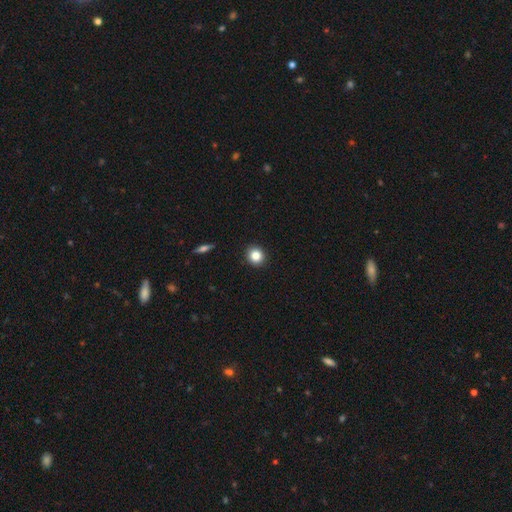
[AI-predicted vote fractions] The model was most divided on "smooth or featured": smooth: 84%, star or artifact: 10%, featured or disk: 6%. More confident: merging — none (92%); how rounded — round (86%).